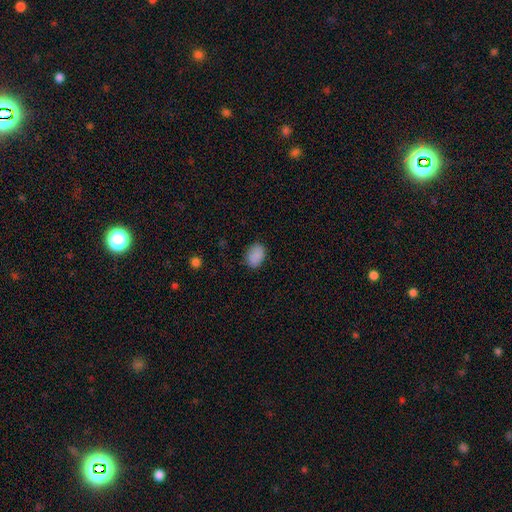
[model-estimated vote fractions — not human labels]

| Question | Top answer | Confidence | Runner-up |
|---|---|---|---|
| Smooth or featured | smooth | 88% | star or artifact (9%) |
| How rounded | in between | 79% | round (20%) |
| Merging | none | 82% | minor disturbance (14%) |